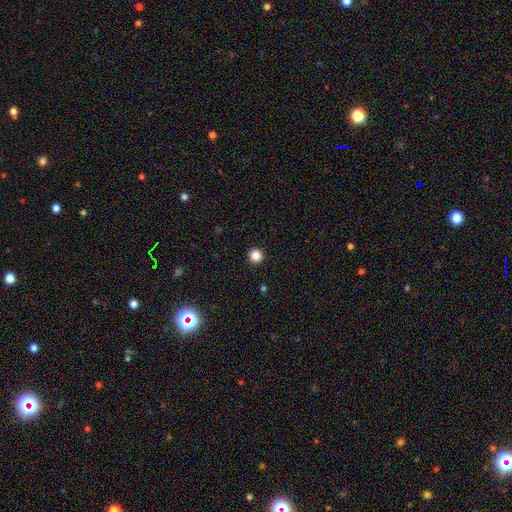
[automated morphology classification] This appears to be a smooth galaxy with no disk features (85%) that is round (96%). Merging: none (94%).